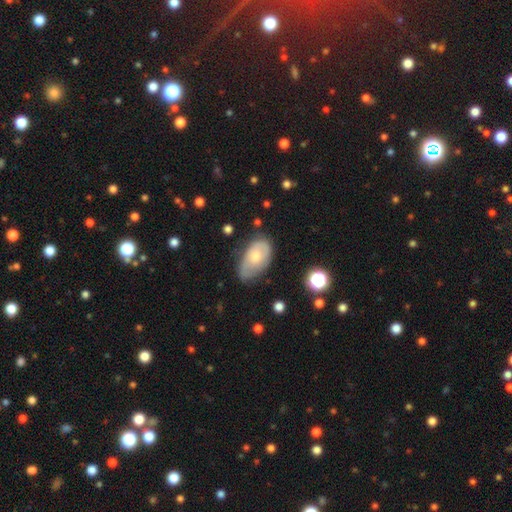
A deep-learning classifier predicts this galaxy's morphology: A smooth galaxy with no disk features (58%) that is in between round and cigar-shaped (92%).

Vote fractions:
- Smooth or featured? smooth: 58% / featured or disk: 35% / star or artifact: 7%
- How rounded? in between: 92% / round: 6% / cigar-shaped: 2%
- Merging? none: 49% / minor disturbance: 36% / major disturbance: 12% / merger: 2%